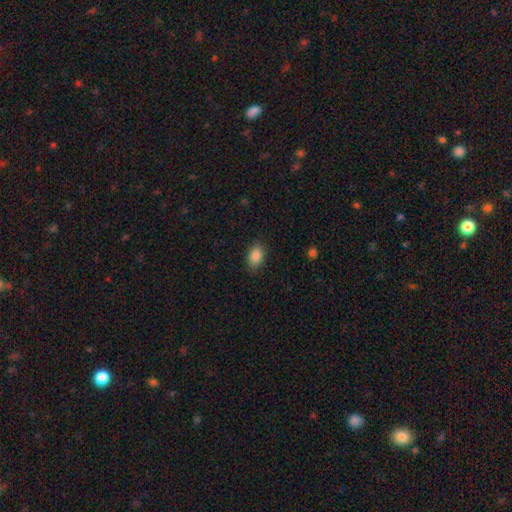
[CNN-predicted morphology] This is clearly a smooth galaxy (87%). How rounded: clearly in between (87%). Merging: clearly none (86%).